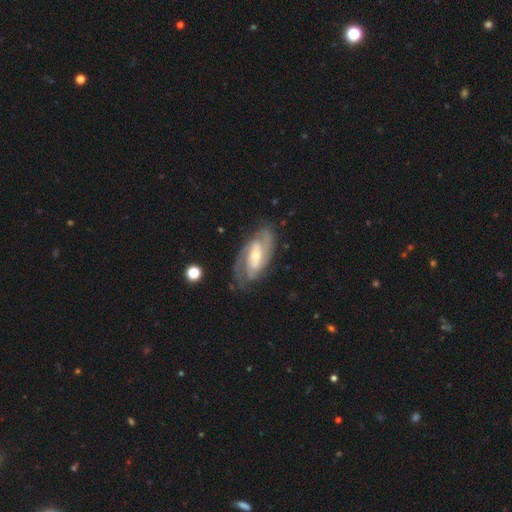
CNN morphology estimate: A featured or disk galaxy (88%) with a weak bar (40%), 2 (58%) tight (47%) spiral arms (97%) and a small central bulge (54%).

Vote fractions:
- Smooth or featured? featured or disk: 88% / smooth: 8% / star or artifact: 5%
- Edge-on disk? no: 95% / yes: 5%
- Bar? weak: 40% / no: 36% / strong: 24%
- Spiral arms? yes: 97% / no: 3%
- Spiral winding? tight: 47% / medium: 44% / loose: 10%
- Spiral arm count? 2: 58% / 3: 20% / can't tell: 12% / 4: 4% / 1: 3% / more than 4: 3%
- Bulge size? small: 54% / moderate: 42% / large: 2% / none: 1% / dominant: 1%
- Merging? none: 76% / minor disturbance: 17% / major disturbance: 6% / merger: 2%